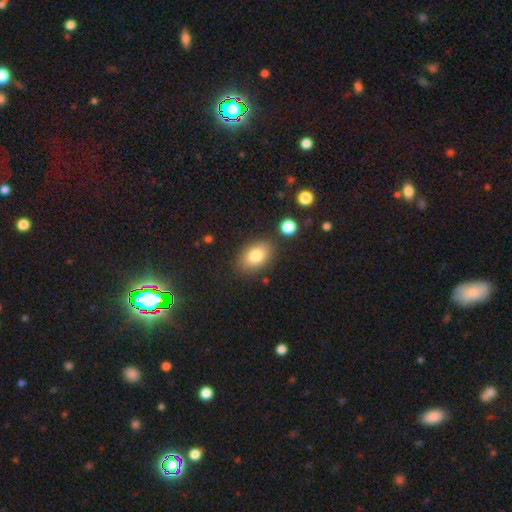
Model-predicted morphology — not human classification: A smooth galaxy with no disk features (80%) that is in between round and cigar-shaped (85%).

Vote fractions:
- Smooth or featured? smooth: 80% / featured or disk: 12% / star or artifact: 9%
- How rounded? in between: 85% / round: 14% / cigar-shaped: 1%
- Merging? none: 81% / minor disturbance: 12% / merger: 4% / major disturbance: 3%